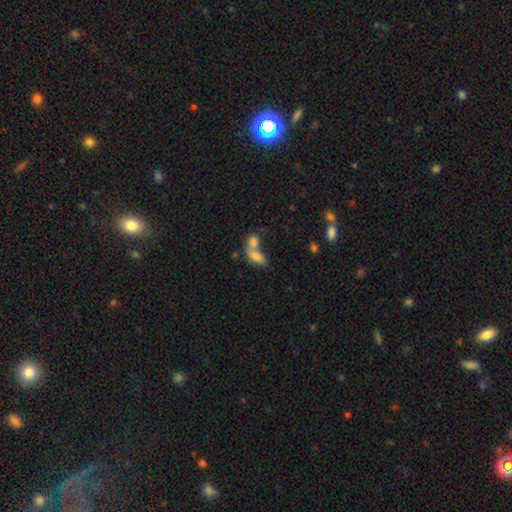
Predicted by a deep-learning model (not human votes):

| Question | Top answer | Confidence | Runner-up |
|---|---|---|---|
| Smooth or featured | smooth | 76% | featured or disk (15%) |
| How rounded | in between | 82% | round (9%) |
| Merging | merger | 66% | none (21%) |